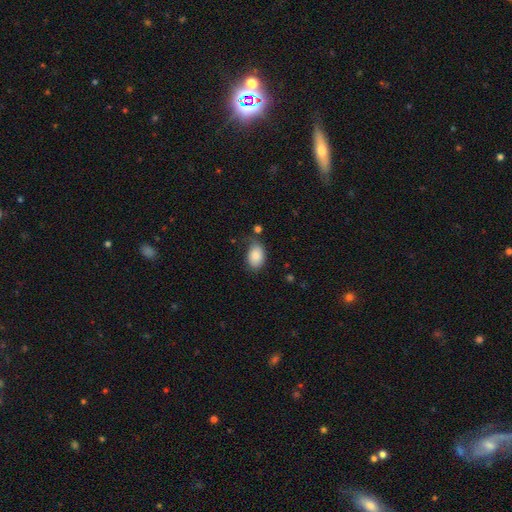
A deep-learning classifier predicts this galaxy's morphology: Overall: smooth (86%). How rounded: in between (86%). Merging: none (59%; minor disturbance 28%).